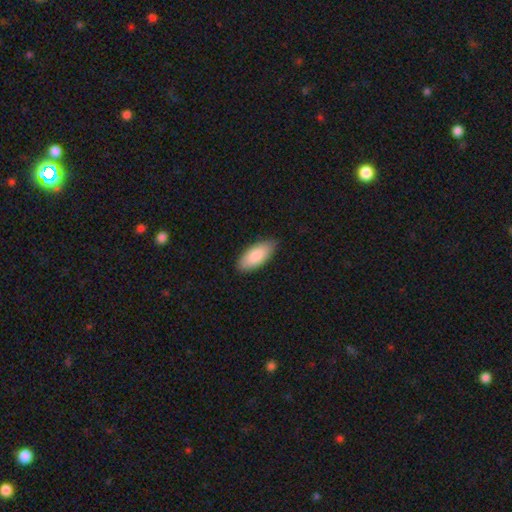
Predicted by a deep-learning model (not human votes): Smooth or featured? Predicted: smooth (p=0.88). How rounded? Predicted: in between (p=0.87). Merging? Predicted: none (p=0.85).